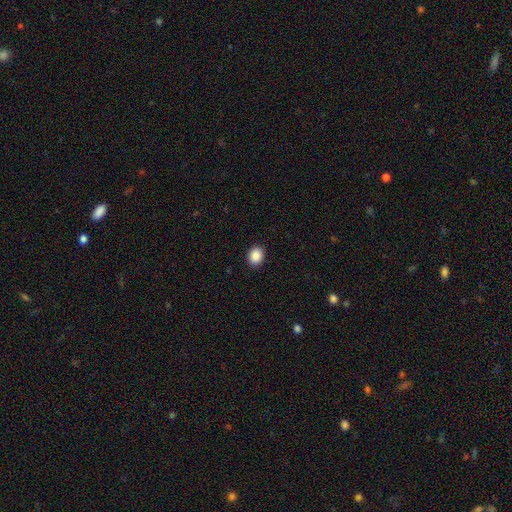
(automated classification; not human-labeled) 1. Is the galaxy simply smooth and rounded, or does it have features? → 89% smooth, 8% star or artifact, 3% featured or disk.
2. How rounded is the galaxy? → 53% in between, 46% round, 1% cigar-shaped.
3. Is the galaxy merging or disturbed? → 91% none, 6% minor disturbance, 2% major disturbance, 1% merger.